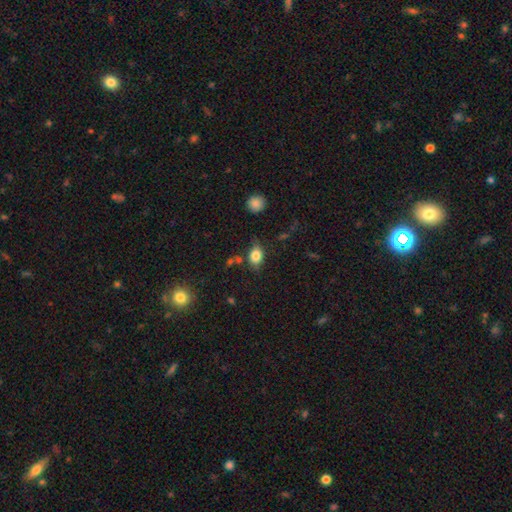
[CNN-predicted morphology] Overall: smooth (82%). How rounded: in between (69%; round 29%). Merging: none (70%).